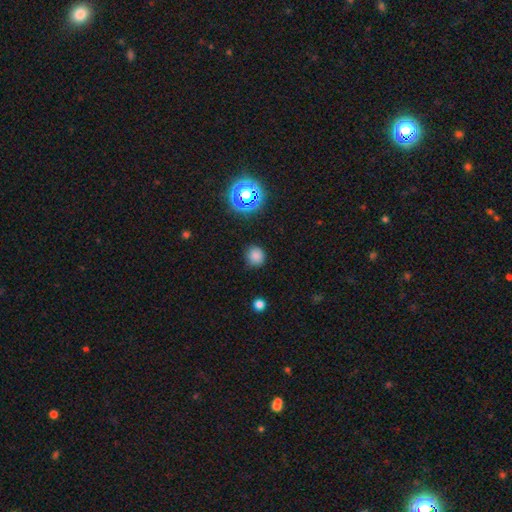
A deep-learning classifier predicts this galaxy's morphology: Smooth or featured? smooth (78%)
How rounded? round (89%)
Merging? none (85%)